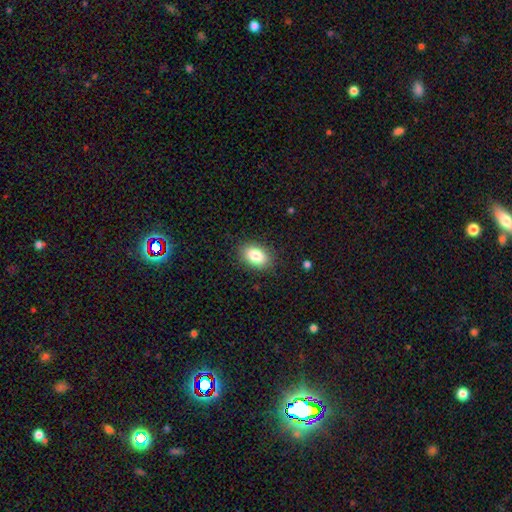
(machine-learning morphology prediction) A smooth galaxy with no disk features (84%) that is in between round and cigar-shaped (85%). Merging: none (87%).